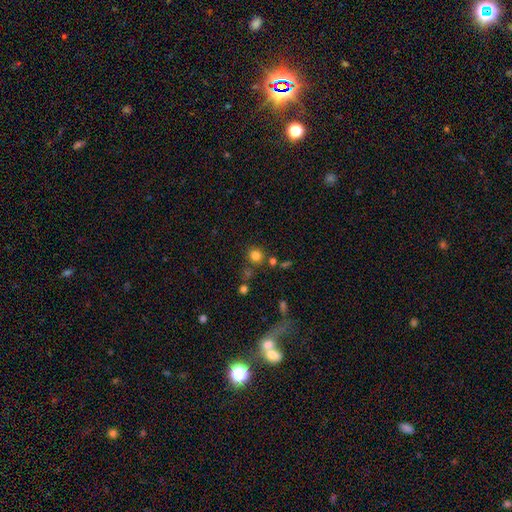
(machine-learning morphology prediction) A smooth galaxy with no disk features (78%) that is round (87%). Merging: none (76%).